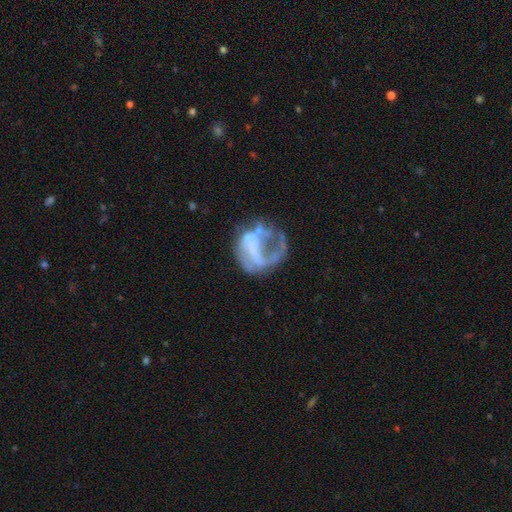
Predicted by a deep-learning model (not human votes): A featured or disk galaxy (70%) with no bar (71%), no spiral arms (59%) and no central bulge (71%). Merging: major disturbance (43%).